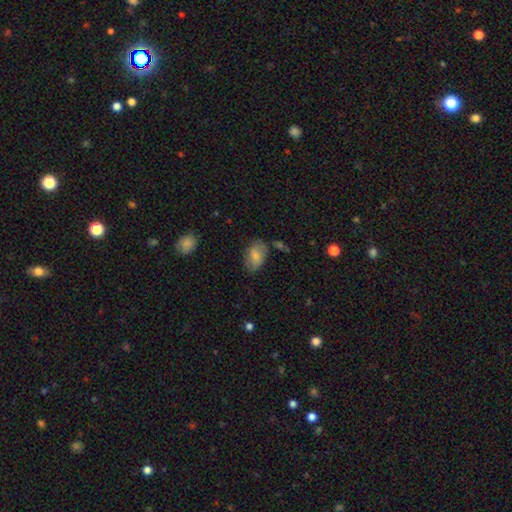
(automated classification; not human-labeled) Smooth or featured?
  - smooth: 78% *
  - featured or disk: 15%
  - star or artifact: 7%
How rounded?
  - in between: 90% *
  - round: 9%
  - cigar-shaped: 1%
Merging?
  - none: 70% *
  - minor disturbance: 21%
  - major disturbance: 5%
  - merger: 4%